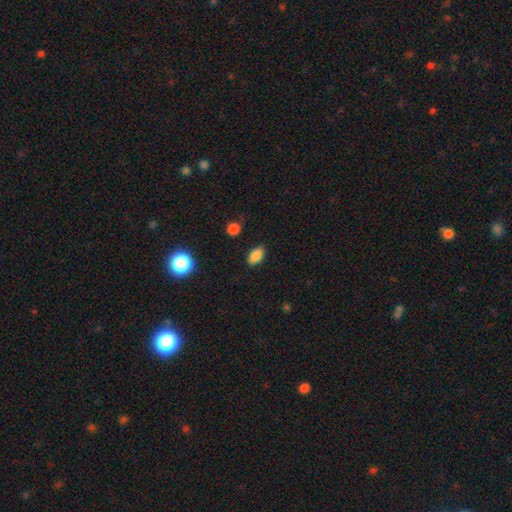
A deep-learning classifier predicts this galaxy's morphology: The model was most divided on "merging": none: 85%, minor disturbance: 11%, major disturbance: 3%, merger: 1%. More confident: how rounded — in between (90%); smooth or featured — smooth (86%).